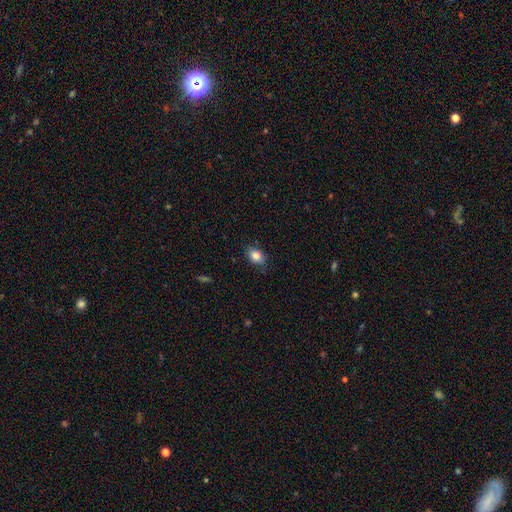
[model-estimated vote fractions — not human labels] Q: Smooth or featured?
A: smooth (85%); runner-up: star or artifact (9%)
Q: How rounded?
A: in between (72%); runner-up: round (27%)
Q: Merging?
A: none (80%); runner-up: minor disturbance (16%)